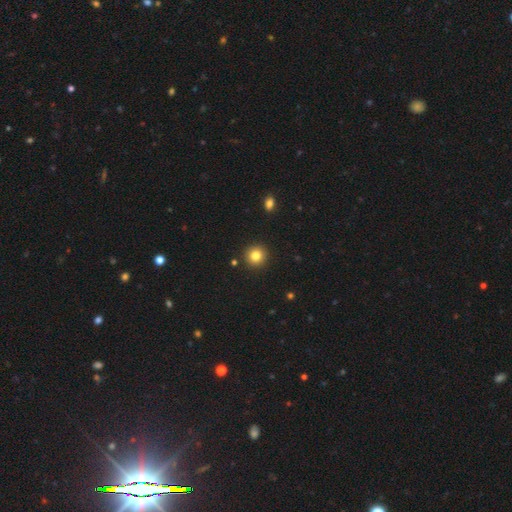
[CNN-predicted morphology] This is clearly a smooth galaxy (82%). How rounded: clearly round (94%). Merging: clearly none (92%).